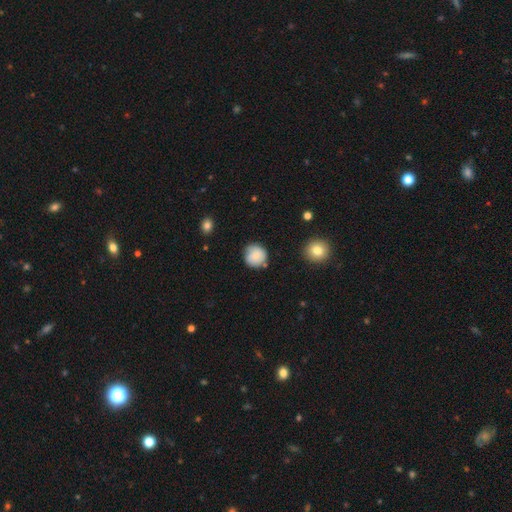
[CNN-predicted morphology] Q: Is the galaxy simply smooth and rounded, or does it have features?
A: smooth — 81%.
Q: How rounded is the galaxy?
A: round — 93%.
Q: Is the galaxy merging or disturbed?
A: none — 78%.